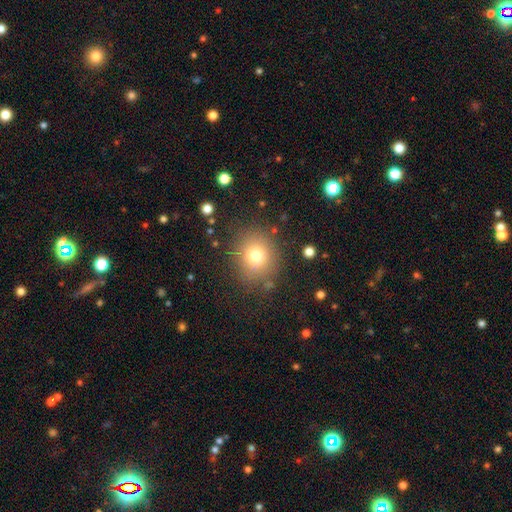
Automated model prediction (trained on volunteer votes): Smooth or featured? smooth (75%)
How rounded? round (81%)
Merging? none (82%)